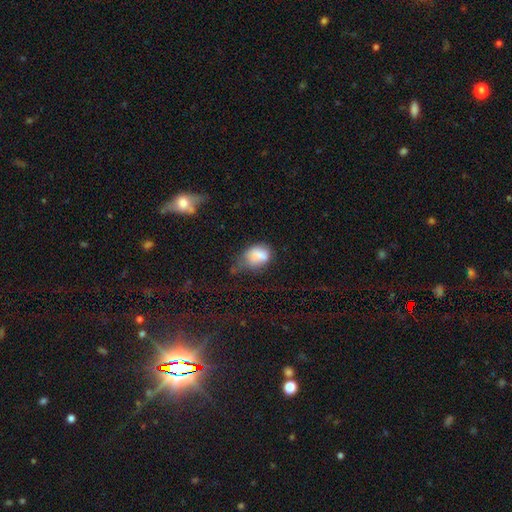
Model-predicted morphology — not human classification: Smooth or featured? smooth (77%)
How rounded? in between (70%)
Merging? minor disturbance (38%)